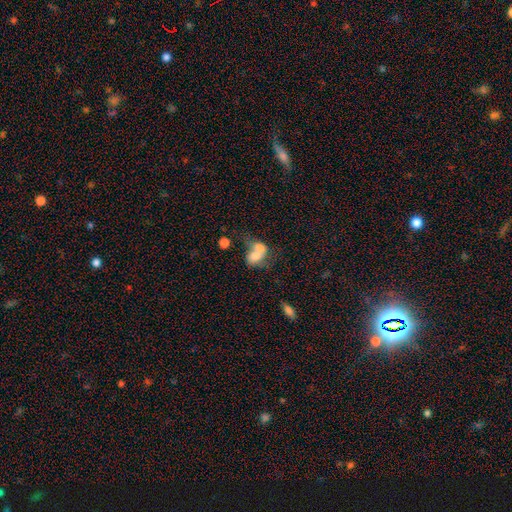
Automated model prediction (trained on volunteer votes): Smooth or featured? smooth (67%)
How rounded? in between (68%)
Merging? merger (71%)